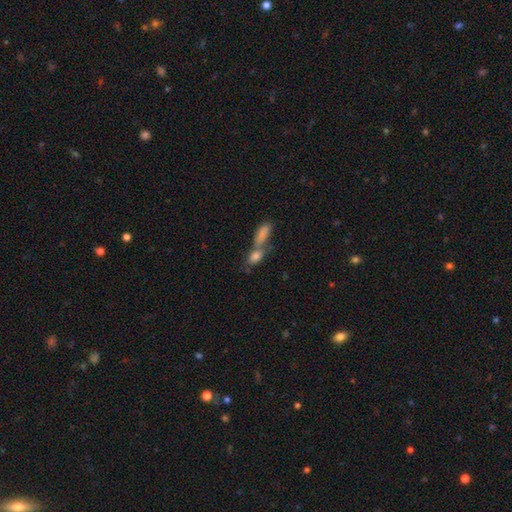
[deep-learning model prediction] A smooth galaxy with no disk features (53%) that is in between round and cigar-shaped (48%).

Vote fractions:
- Smooth or featured? smooth: 53% / featured or disk: 24% / star or artifact: 23%
- How rounded? in between: 48% / cigar-shaped: 34% / round: 18%
- Merging? merger: 50% / none: 35% / minor disturbance: 8% / major disturbance: 6%